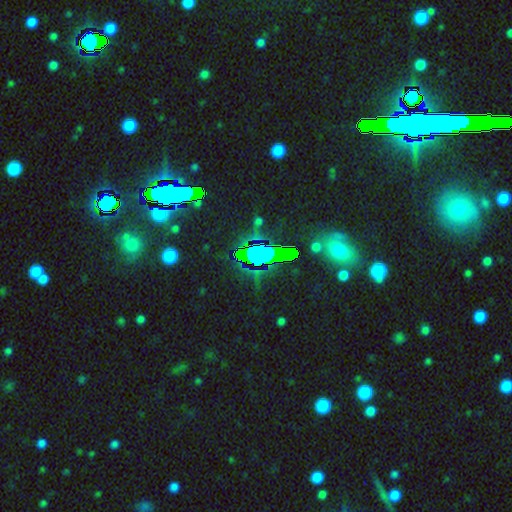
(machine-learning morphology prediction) Q: Smooth or featured?
A: star or artifact (78%); runner-up: smooth (13%)